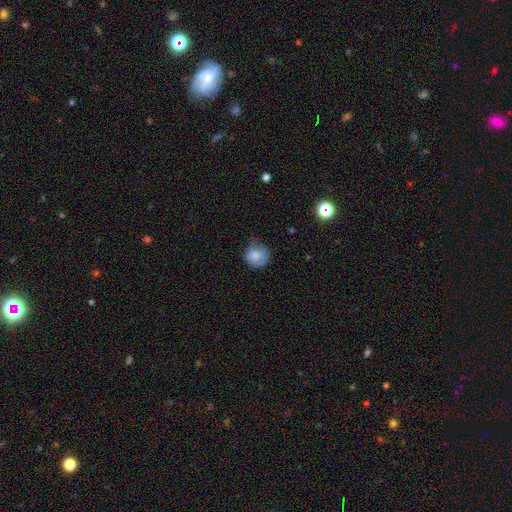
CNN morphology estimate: smooth 75%, featured or disk 16%, star or artifact 8%. Down the decision tree: how rounded — round (84%); merging — none (51%).